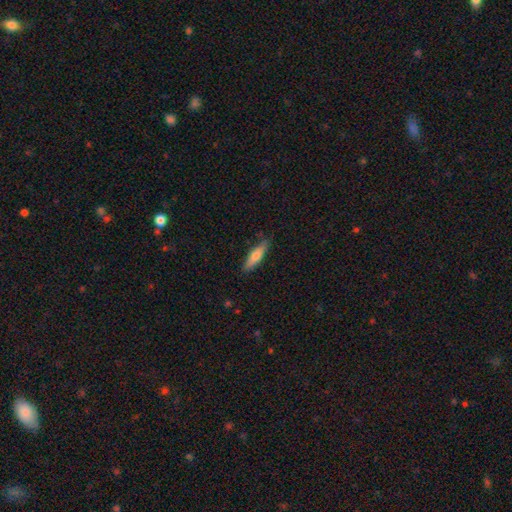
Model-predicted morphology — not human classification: Smooth or featured: smooth — 71% (featured or disk — 23%)
How rounded: cigar-shaped — 68% (in between — 30%)
Merging: none — 84% (minor disturbance — 13%)